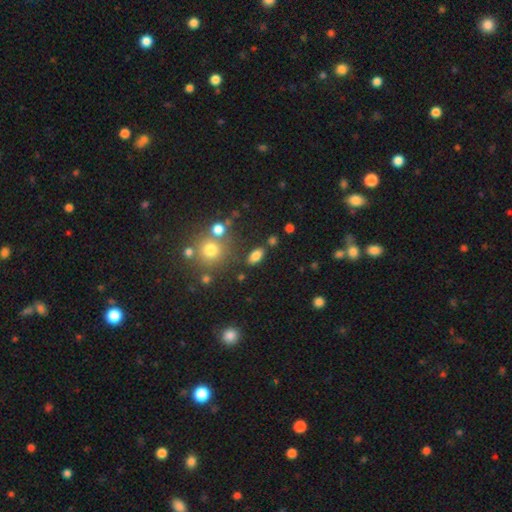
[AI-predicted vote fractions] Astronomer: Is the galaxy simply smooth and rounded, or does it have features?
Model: smooth — 80%.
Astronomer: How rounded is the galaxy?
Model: in between — 87%.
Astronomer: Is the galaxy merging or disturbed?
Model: none — 80%.